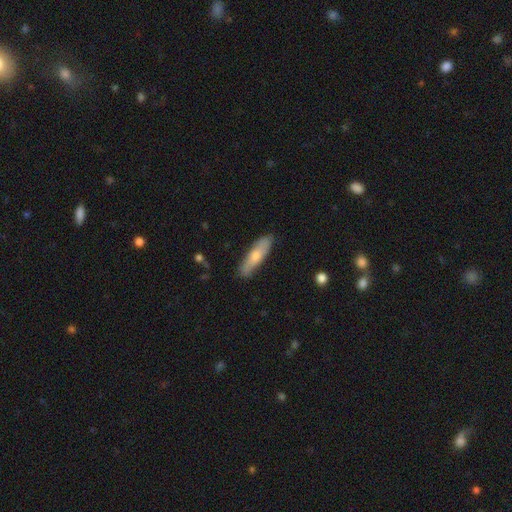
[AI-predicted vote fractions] A smooth galaxy with no disk features (63%) that is cigar-shaped (68%).

Vote fractions:
- Smooth or featured? smooth: 63% / featured or disk: 31% / star or artifact: 6%
- How rounded? cigar-shaped: 68% / in between: 30% / round: 2%
- Merging? none: 86% / minor disturbance: 11% / major disturbance: 2% / merger: 1%